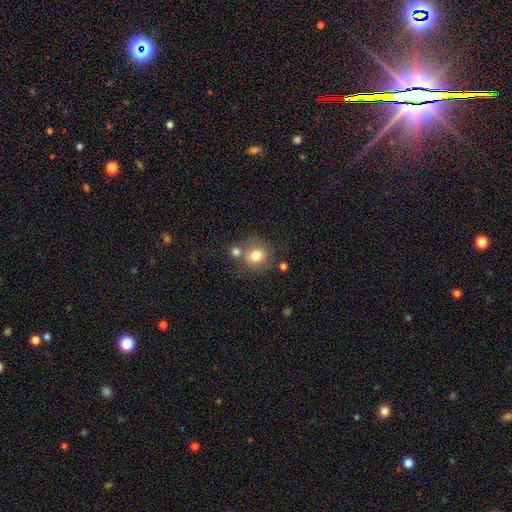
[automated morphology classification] type=smooth (76%); roundness=round (86%); merging=none (60%).